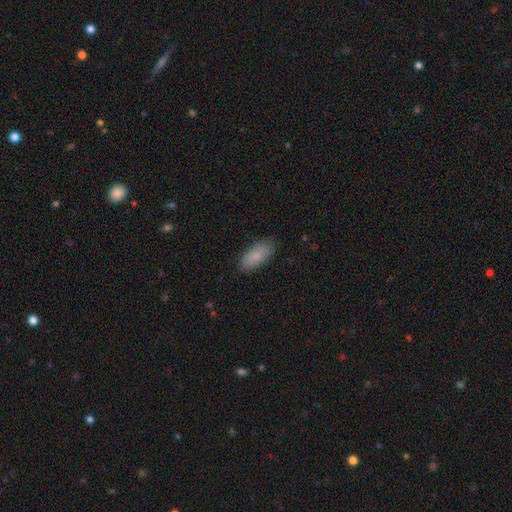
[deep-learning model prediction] Smooth or featured: smooth — 85% (featured or disk — 9%)
How rounded: in between — 87% (cigar-shaped — 11%)
Merging: none — 85% (minor disturbance — 12%)